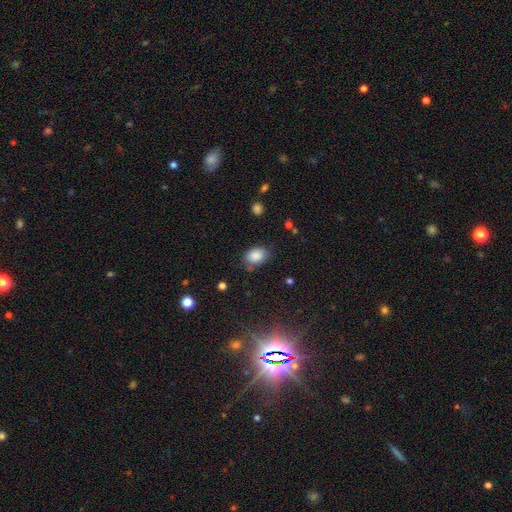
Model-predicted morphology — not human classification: Smooth or featured? Predicted: smooth (p=0.85). How rounded? Predicted: in between (p=0.77). Merging? Predicted: none (p=0.69).